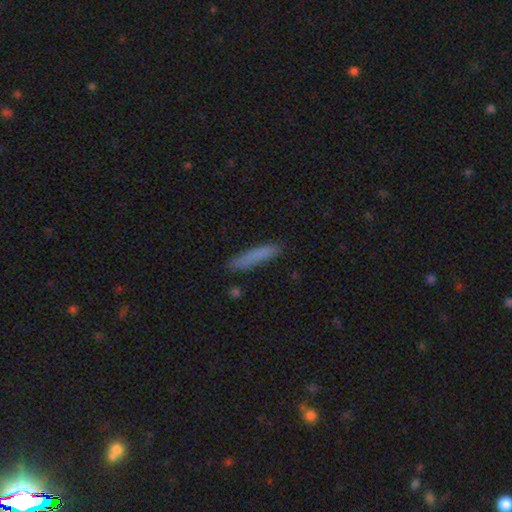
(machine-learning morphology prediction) Smooth or featured? smooth (80%)
How rounded? cigar-shaped (91%)
Merging? none (85%)